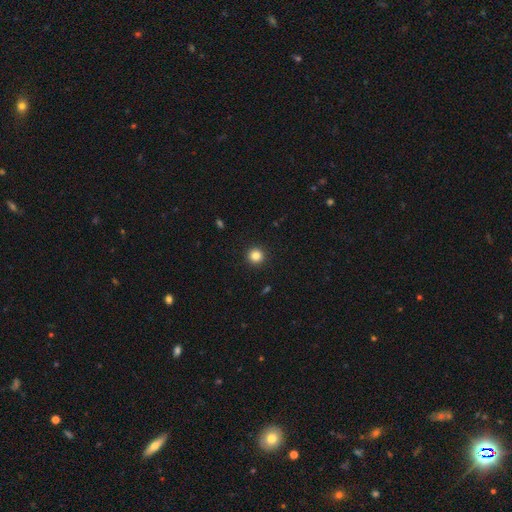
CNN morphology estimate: Smooth or featured?
  - smooth: 85% *
  - star or artifact: 11%
  - featured or disk: 4%
How rounded?
  - round: 95% *
  - in between: 4%
  - cigar-shaped: 1%
Merging?
  - none: 93% *
  - minor disturbance: 5%
  - major disturbance: 2%
  - merger: 1%